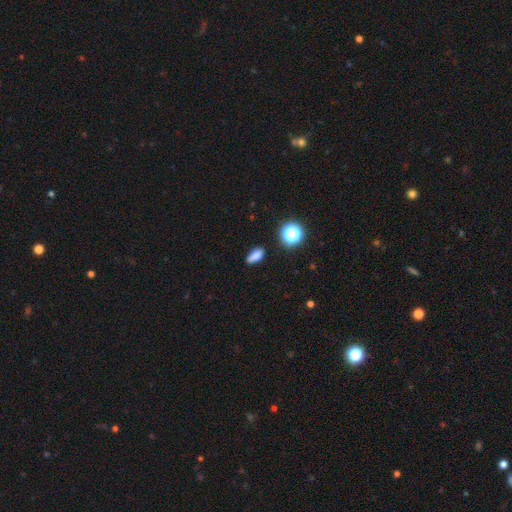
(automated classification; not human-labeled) smooth_or_featured: smooth (p=0.79) [alt: star or artifact p=0.14]
how_rounded: in between (p=0.76) [alt: cigar-shaped p=0.14]
merging: none (p=0.75) [alt: minor disturbance p=0.18]